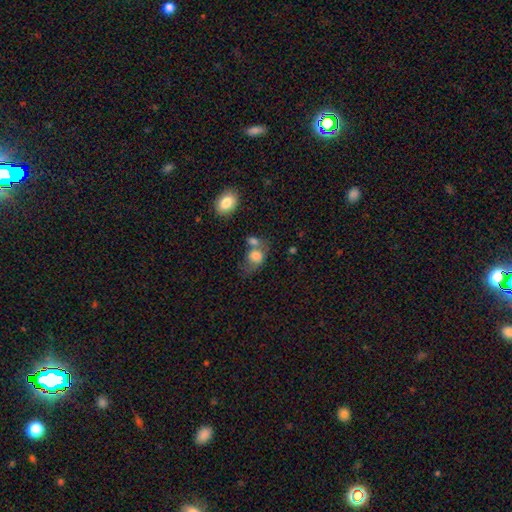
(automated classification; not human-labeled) The model was most divided on "merging": merger: 35%, none: 31%, minor disturbance: 19%, major disturbance: 15%. More confident: smooth or featured — smooth (76%); how rounded — in between (57%).